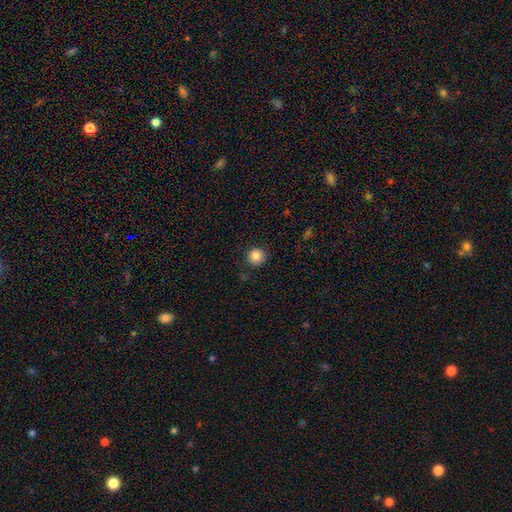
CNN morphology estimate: The model was most divided on "smooth or featured": smooth: 86%, star or artifact: 10%, featured or disk: 4%. More confident: how rounded — round (94%); merging — none (89%).